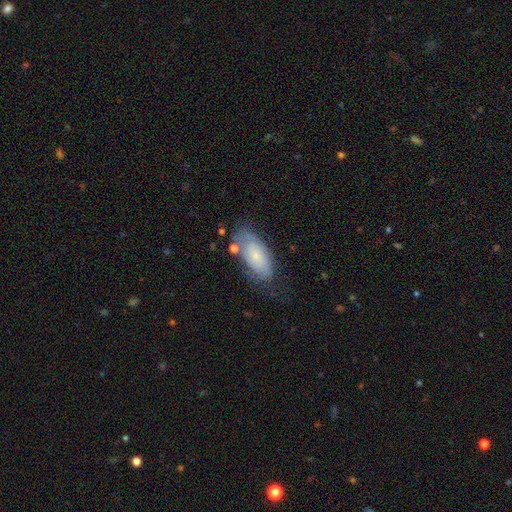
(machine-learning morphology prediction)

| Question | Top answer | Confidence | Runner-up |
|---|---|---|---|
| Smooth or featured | smooth | 59% | featured or disk (33%) |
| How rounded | in between | 91% | cigar-shaped (6%) |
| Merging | none | 60% | minor disturbance (26%) |